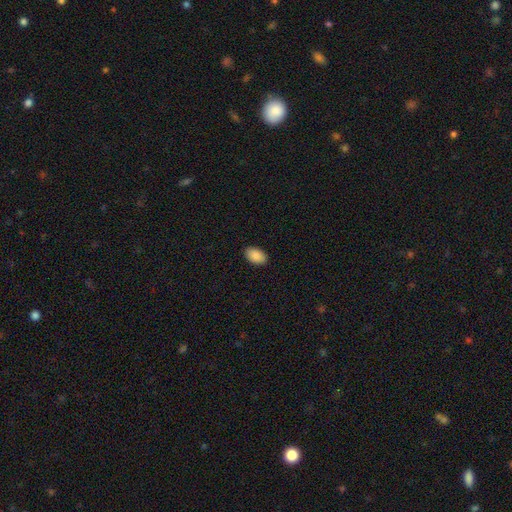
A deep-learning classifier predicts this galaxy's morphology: Smooth or featured? Predicted: smooth (p=0.89). How rounded? Predicted: in between (p=0.93). Merging? Predicted: none (p=0.90).